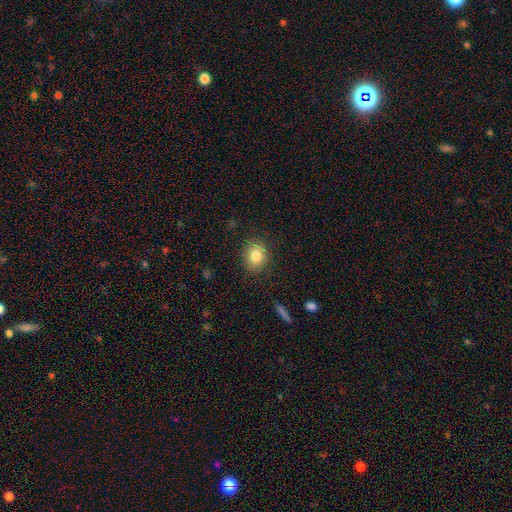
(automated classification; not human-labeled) Smooth or featured: smooth — 82% (star or artifact — 9%)
How rounded: round — 53% (in between — 46%)
Merging: none — 86% (minor disturbance — 10%)